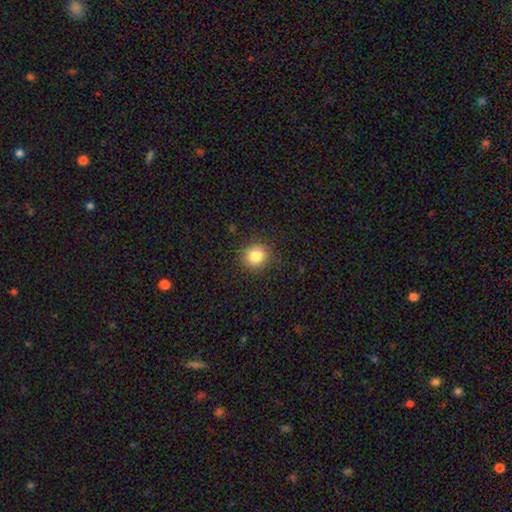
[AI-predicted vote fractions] This appears to be a smooth galaxy with no disk features (84%) that is round (89%). Merging: none (90%).